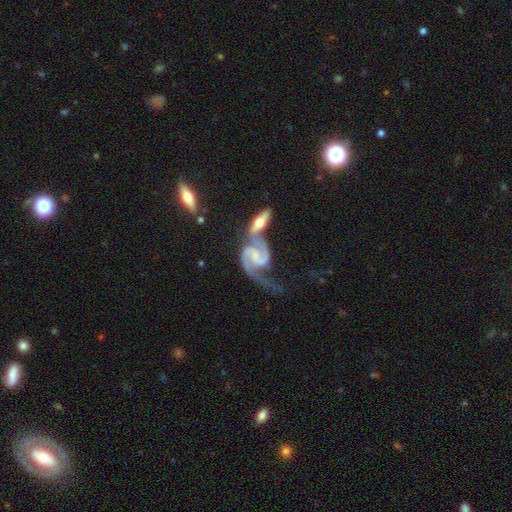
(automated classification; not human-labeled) Morphology: type=featured or disk (91%); edge-on=no (96%); bar=weak (43%); spiral arms=yes (98%); winding=medium (49%); arm count=2 (90%); bulge=small (46%); merging=merger (50%).